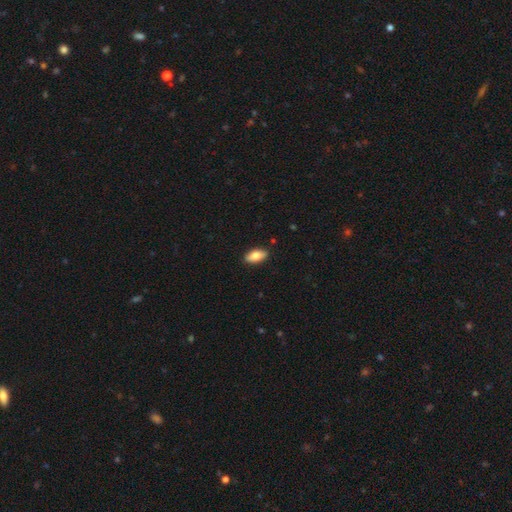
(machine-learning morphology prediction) Smooth or featured: smooth — 77% (featured or disk — 16%)
How rounded: in between — 89% (cigar-shaped — 8%)
Merging: none — 88% (minor disturbance — 9%)